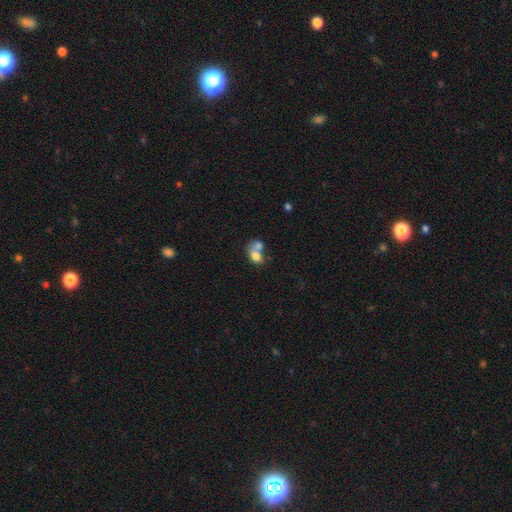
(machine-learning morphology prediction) smooth_or_featured: smooth (p=0.70) [alt: featured or disk p=0.21]
how_rounded: in between (p=0.63) [alt: round p=0.36]
merging: merger (p=0.68) [alt: none p=0.19]